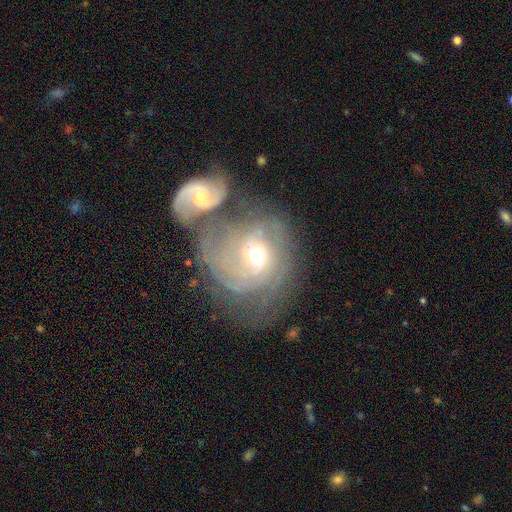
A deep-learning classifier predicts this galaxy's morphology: A featured or disk galaxy (71%) with no bar (65%), 2 (39%) tight (43%) spiral arms (83%) and a moderate central bulge (63%). Merging: merger (56%).